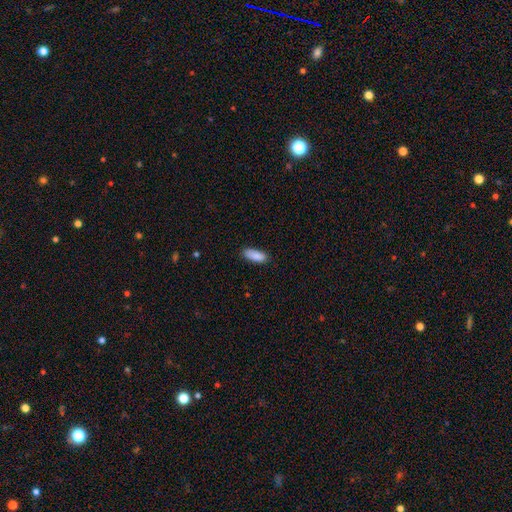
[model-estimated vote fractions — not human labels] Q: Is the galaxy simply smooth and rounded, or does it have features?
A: smooth — 89%.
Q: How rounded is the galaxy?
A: in between — 72%.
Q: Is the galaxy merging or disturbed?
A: none — 82%.